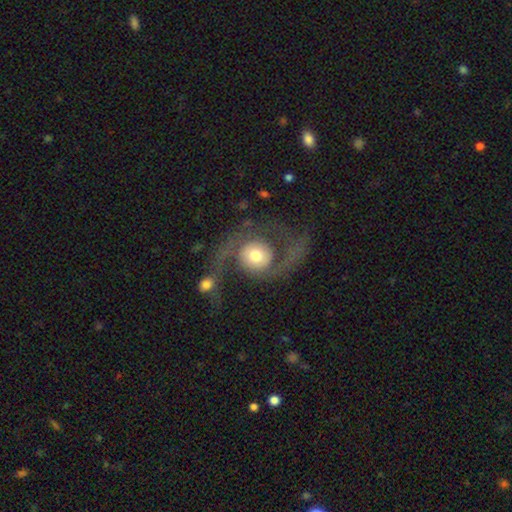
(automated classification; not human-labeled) smooth-or-featured: featured or disk: 70% | smooth: 24% | star or artifact: 6%
  disk-edge-on: no: 95% | yes: 5%
    bar: no: 77% | weak: 18% | strong: 5%
    has-spiral-arms: yes: 82% | no: 18%
      spiral-winding: loose: 55% | medium: 32% | tight: 13%
      spiral-arm-count: 2: 78% | 1: 11% | can't tell: 6% | 3: 2% | 4: 2% | more than 4: 2%
    bulge-size: moderate: 57% | large: 24% | small: 12% | dominant: 5% | none: 2%
  merging: major disturbance: 37% | none: 32% | merger: 17% | minor disturbance: 14%